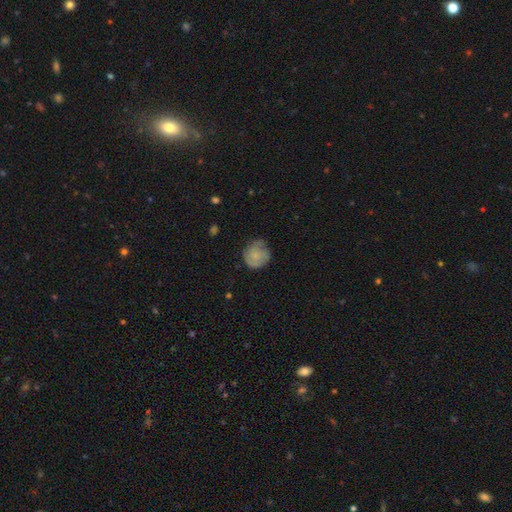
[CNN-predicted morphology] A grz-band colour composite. It shows a smooth galaxy with no disk features (57%) that is round (85%). Merging: none (63%).